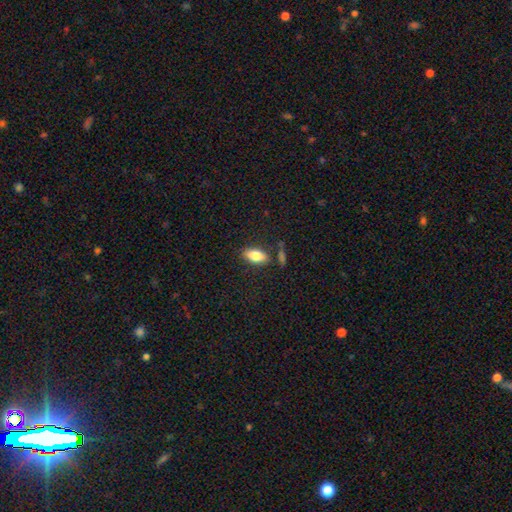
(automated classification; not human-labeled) Morphology: type=smooth (81%); roundness=in between (89%); merging=none (79%).